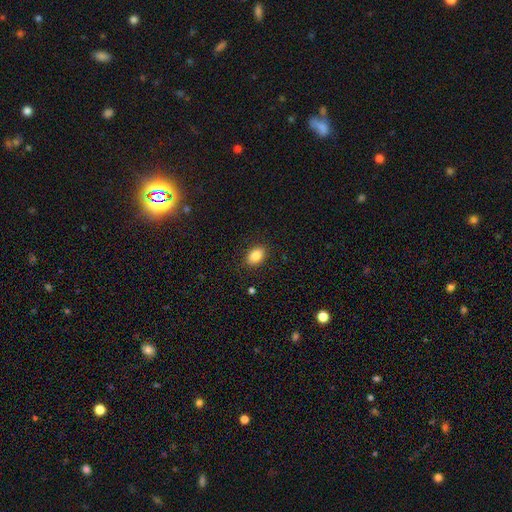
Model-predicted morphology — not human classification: Smooth or featured: smooth — 84% (star or artifact — 8%)
How rounded: in between — 84% (round — 15%)
Merging: none — 88% (minor disturbance — 9%)